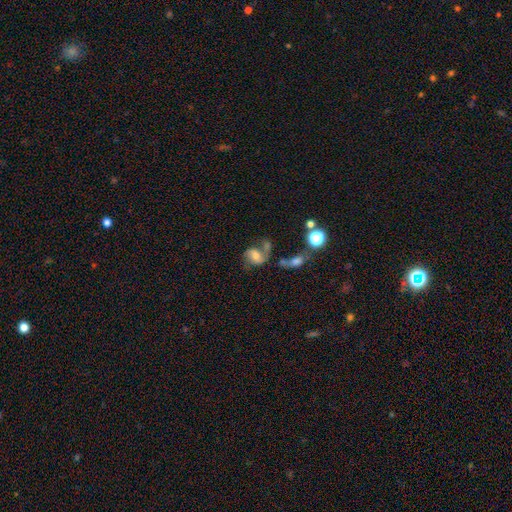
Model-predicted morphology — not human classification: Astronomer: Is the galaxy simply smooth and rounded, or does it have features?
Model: featured or disk — 59%.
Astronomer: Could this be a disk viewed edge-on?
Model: no — 97%.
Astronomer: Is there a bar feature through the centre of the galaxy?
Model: weak — 41%, tied with no at 41%.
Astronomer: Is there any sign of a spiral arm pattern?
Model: yes — 83%.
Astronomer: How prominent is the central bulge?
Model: moderate — 58%.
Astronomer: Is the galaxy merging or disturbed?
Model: none — 39% (runner-up: merger, 28%).